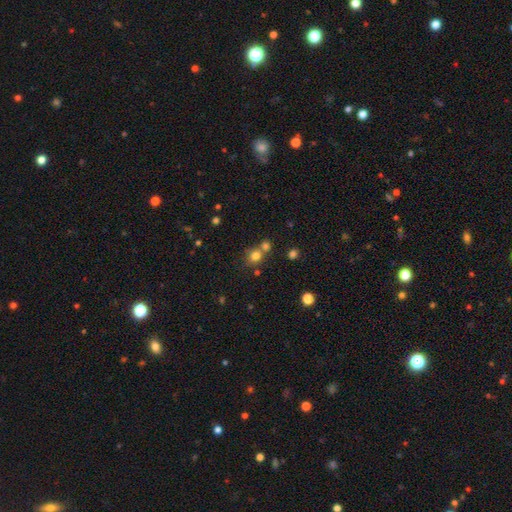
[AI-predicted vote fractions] Smooth or featured? smooth (77%)
How rounded? round (79%)
Merging? none (52%)